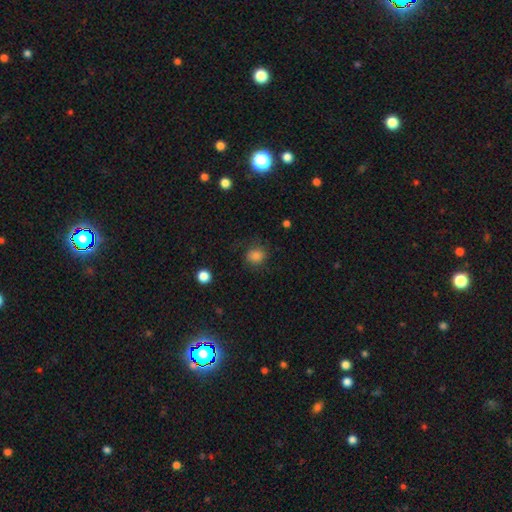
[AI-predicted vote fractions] A smooth galaxy with no disk features (83%) that is round (76%).

Vote fractions:
- Smooth or featured? smooth: 83% / star or artifact: 11% / featured or disk: 6%
- How rounded? round: 76% / in between: 23% / cigar-shaped: 1%
- Merging? none: 74% / minor disturbance: 16% / major disturbance: 8% / merger: 1%